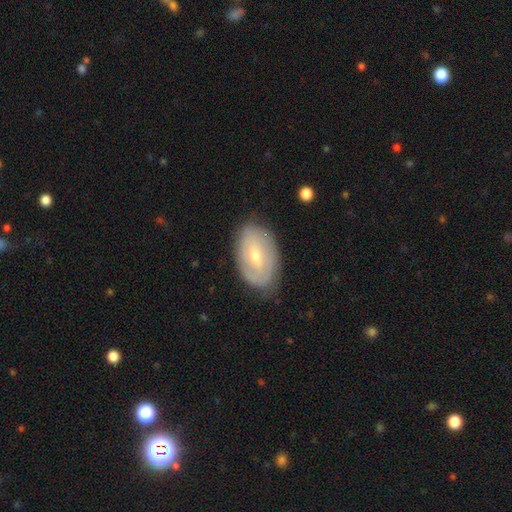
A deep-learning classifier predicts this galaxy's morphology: smooth_or_featured: featured or disk (p=0.60) [alt: smooth p=0.34]
disk_edge_on: no (p=0.93) [alt: yes p=0.07]
bar: weak (p=0.48) [alt: no p=0.34]
has_spiral_arms: yes (p=0.58) [alt: no p=0.42]
bulge_size: small (p=0.59) [alt: moderate p=0.38]
merging: none (p=0.78) [alt: minor disturbance p=0.17]